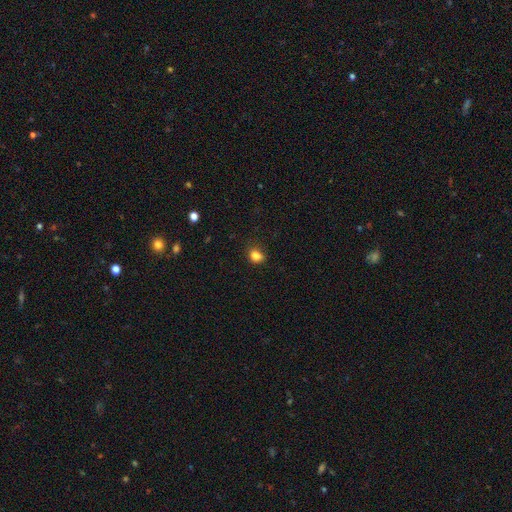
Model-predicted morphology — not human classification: A smooth galaxy with no disk features (83%) that is in between round and cigar-shaped (51%). Merging: none (75%).